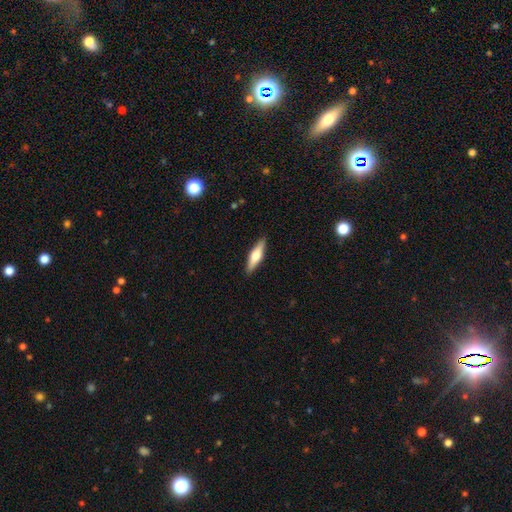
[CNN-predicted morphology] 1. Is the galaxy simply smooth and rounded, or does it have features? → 53% smooth, 42% featured or disk, 5% star or artifact.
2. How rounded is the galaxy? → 68% cigar-shaped, 30% in between, 2% round.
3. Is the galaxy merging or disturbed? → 90% none, 7% minor disturbance, 2% major disturbance, 1% merger.